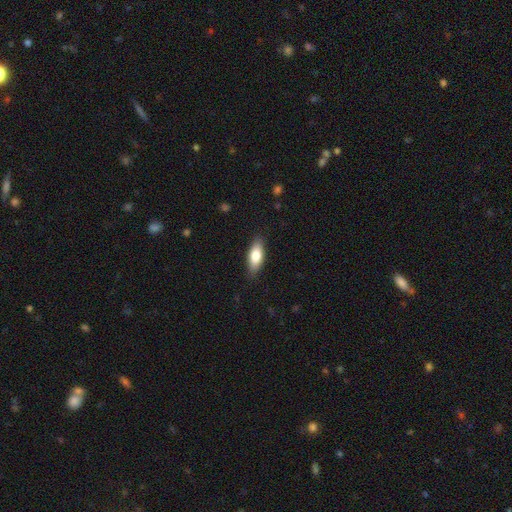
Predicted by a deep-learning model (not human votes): smooth_or_featured: smooth (p=0.78) [alt: featured or disk p=0.16]
how_rounded: in between (p=0.78) [alt: cigar-shaped p=0.20]
merging: none (p=0.85) [alt: minor disturbance p=0.12]